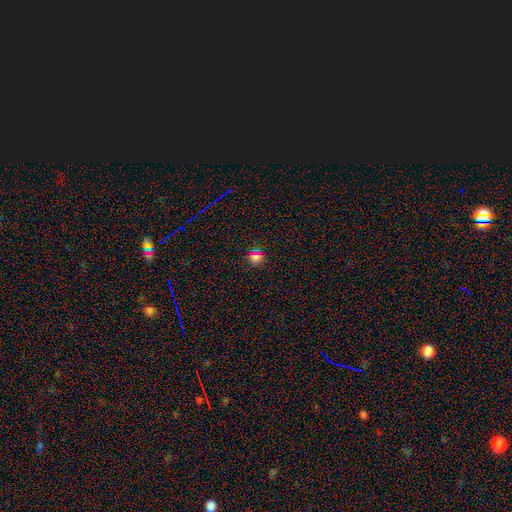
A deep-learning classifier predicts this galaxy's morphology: This appears to be a smooth galaxy with no disk features (71%) that is round (90%). Merging: none (89%).